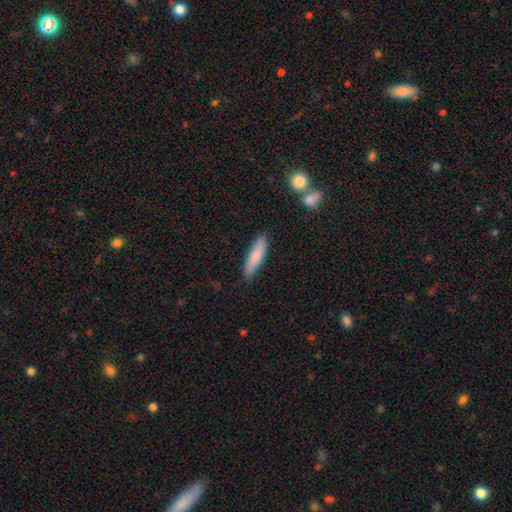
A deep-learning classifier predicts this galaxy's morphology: Smooth or featured? Predicted: smooth (p=0.79). How rounded? Predicted: cigar-shaped (p=0.78). Merging? Predicted: none (p=0.87).